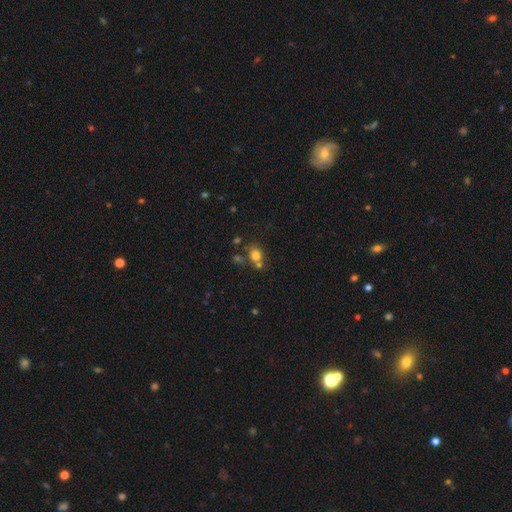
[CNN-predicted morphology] smooth_or_featured: smooth (p=0.74) [alt: star or artifact p=0.15]
how_rounded: round (p=0.70) [alt: in between p=0.29]
merging: none (p=0.56) [alt: merger p=0.28]